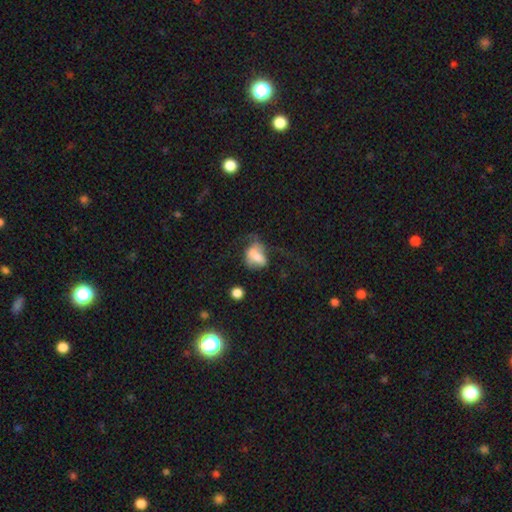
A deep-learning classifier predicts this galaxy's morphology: smooth_or_featured: smooth (p=0.59) [alt: featured or disk p=0.31]
how_rounded: in between (p=0.74) [alt: round p=0.24]
merging: major disturbance (p=0.47) [alt: none p=0.22]